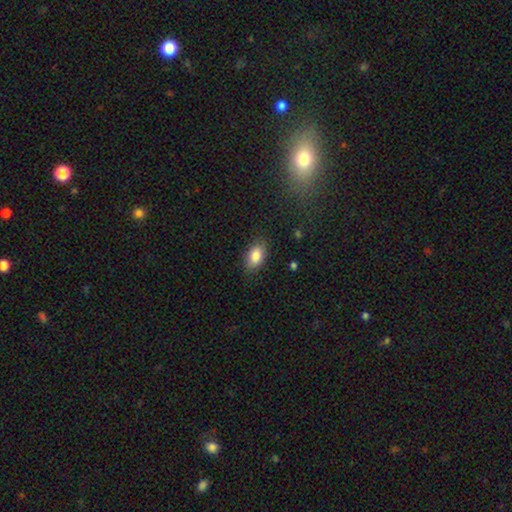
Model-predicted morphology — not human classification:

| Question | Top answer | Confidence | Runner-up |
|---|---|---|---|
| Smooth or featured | smooth | 84% | featured or disk (8%) |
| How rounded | in between | 90% | round (8%) |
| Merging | none | 84% | minor disturbance (12%) |